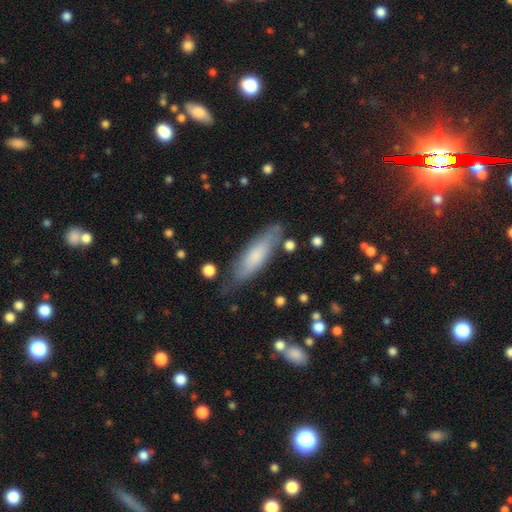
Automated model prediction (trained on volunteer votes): A smooth galaxy with no disk features (67%) that is cigar-shaped (58%).

Vote fractions:
- Smooth or featured? smooth: 67% / featured or disk: 27% / star or artifact: 6%
- How rounded? cigar-shaped: 58% / in between: 40% / round: 2%
- Merging? none: 72% / minor disturbance: 20% / major disturbance: 5% / merger: 3%